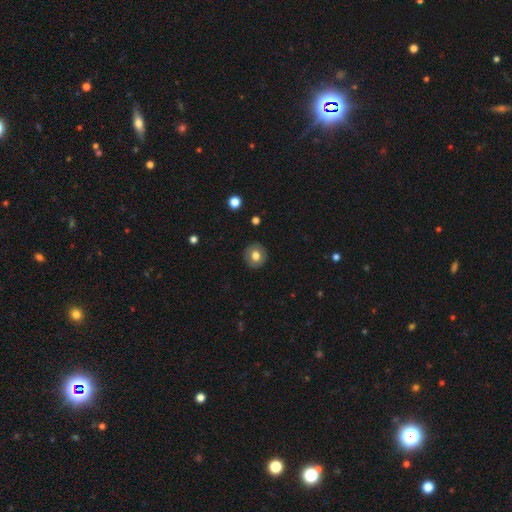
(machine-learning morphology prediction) Smooth or featured? Predicted: smooth (p=0.73). How rounded? Predicted: round (p=0.90). Merging? Predicted: none (p=0.90).